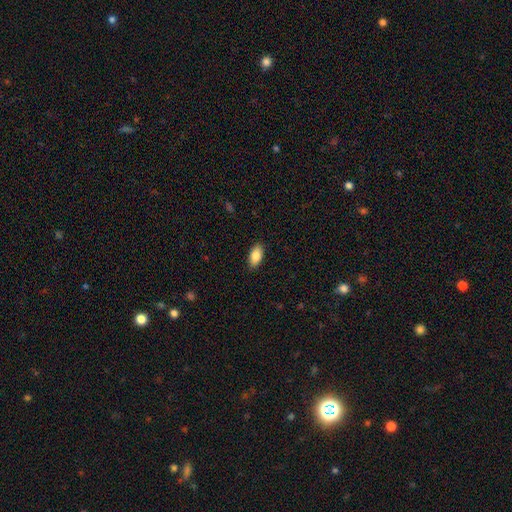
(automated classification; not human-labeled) smooth 86%, featured or disk 7%, star or artifact 7%. Down the decision tree: how rounded — in between (93%); merging — none (88%).